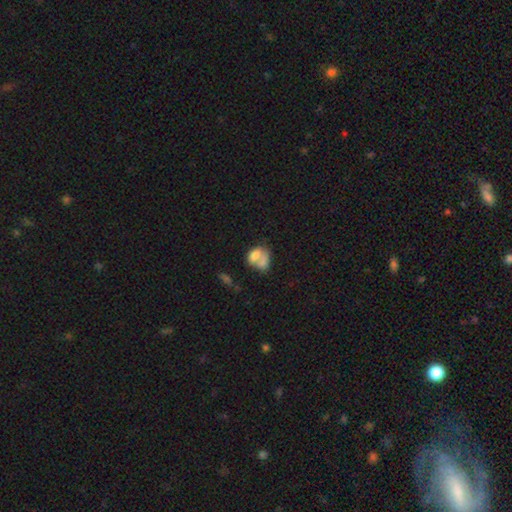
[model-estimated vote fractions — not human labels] Smooth or featured?
  - smooth: 69% *
  - featured or disk: 22%
  - star or artifact: 9%
How rounded?
  - in between: 73% *
  - round: 26%
  - cigar-shaped: 2%
Merging?
  - merger: 61% *
  - none: 20%
  - minor disturbance: 9%
  - major disturbance: 9%